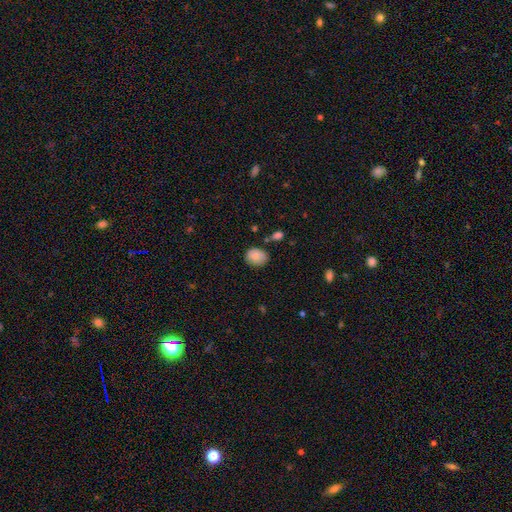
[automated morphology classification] smooth-or-featured: smooth: 85% | star or artifact: 8% | featured or disk: 7%
  how-rounded: round: 57% | in between: 42% | cigar-shaped: 1%
  merging: none: 73% | minor disturbance: 20% | major disturbance: 4% | merger: 4%